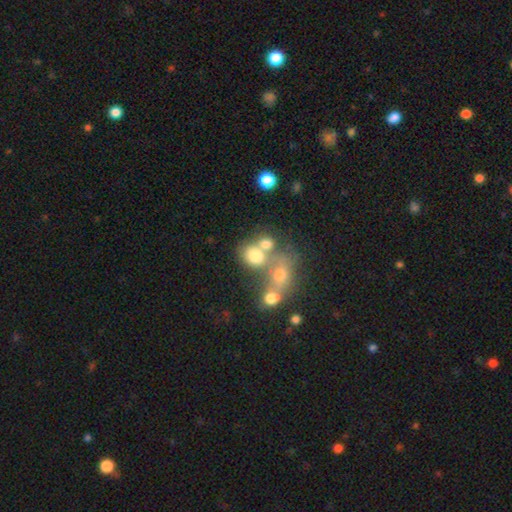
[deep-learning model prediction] A smooth galaxy with no disk features (69%) that is round (55%). Merging: merger (49%).